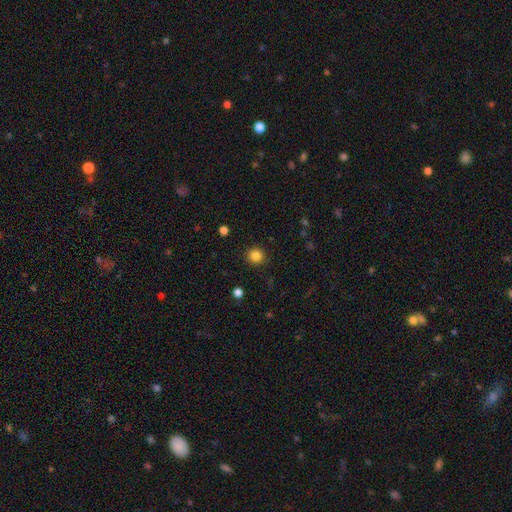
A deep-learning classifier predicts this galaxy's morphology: smooth-or-featured: smooth: 84% | star or artifact: 12% | featured or disk: 4%
  how-rounded: round: 93% | in between: 6% | cigar-shaped: 1%
  merging: none: 91% | minor disturbance: 6% | major disturbance: 2% | merger: 1%